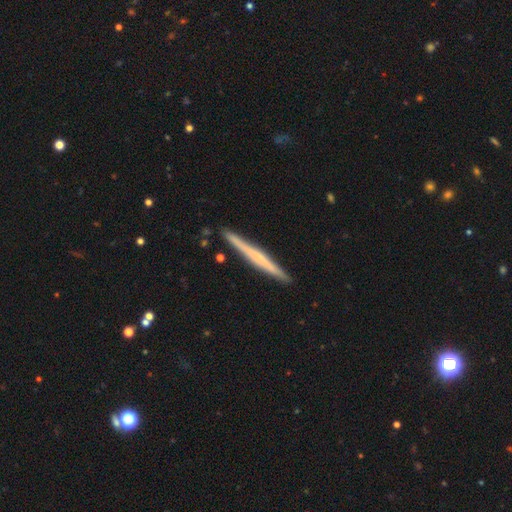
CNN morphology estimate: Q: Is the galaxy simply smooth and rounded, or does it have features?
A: featured or disk — 56%.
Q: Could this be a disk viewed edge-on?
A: yes — 98%.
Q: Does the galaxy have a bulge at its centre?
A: none — 65%.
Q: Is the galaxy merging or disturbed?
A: none — 90%.